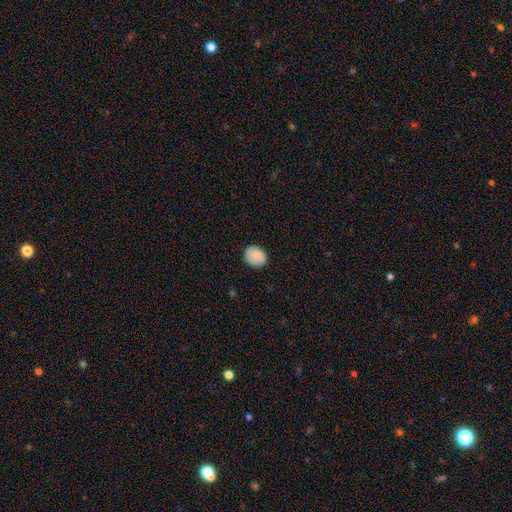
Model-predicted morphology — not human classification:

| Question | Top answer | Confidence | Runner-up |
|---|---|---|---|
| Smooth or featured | smooth | 86% | star or artifact (7%) |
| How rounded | round | 55% | in between (44%) |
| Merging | none | 84% | minor disturbance (13%) |